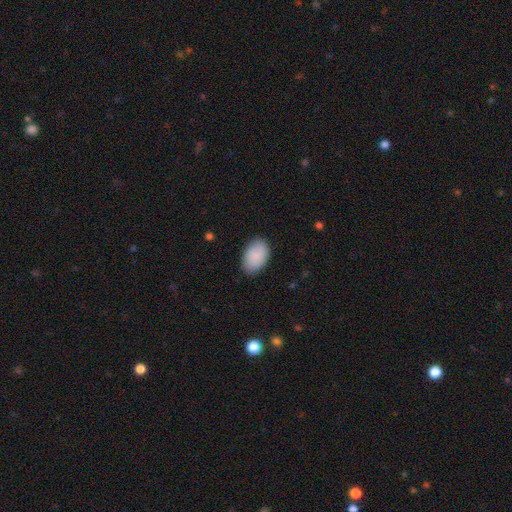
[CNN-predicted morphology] The model was most divided on "merging": none: 84%, minor disturbance: 12%, major disturbance: 3%, merger: 1%. More confident: how rounded — in between (91%); smooth or featured — smooth (88%).